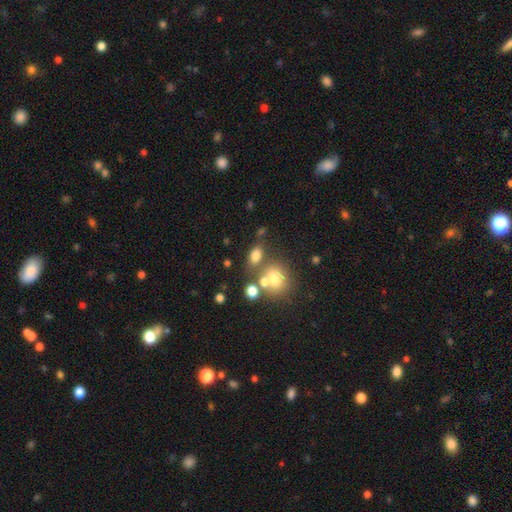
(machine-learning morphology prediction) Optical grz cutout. It shows a smooth galaxy with no disk features (74%) that is in between round and cigar-shaped (72%). Merging: none (55%).